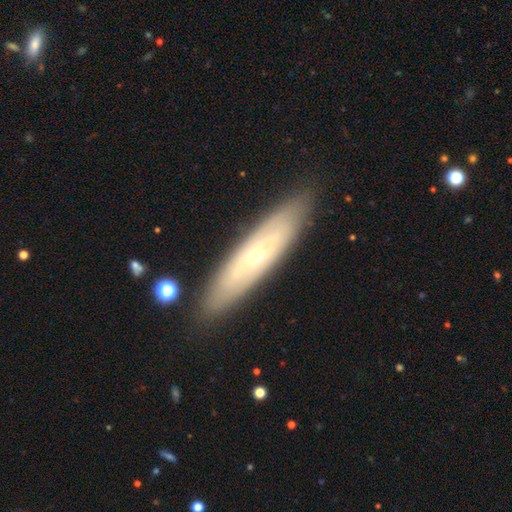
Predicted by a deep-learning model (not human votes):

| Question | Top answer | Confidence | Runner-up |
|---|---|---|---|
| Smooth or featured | featured or disk | 65% | smooth (28%) |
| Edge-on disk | no | 60% | yes (40%) |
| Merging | none | 86% | minor disturbance (10%) |